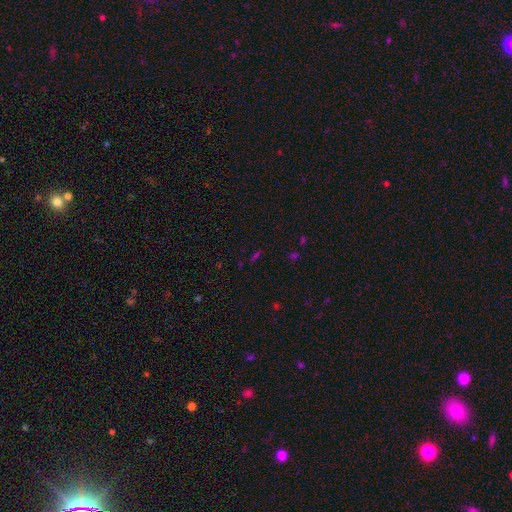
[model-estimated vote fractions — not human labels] Q: Smooth or featured?
A: star or artifact (50%); runner-up: smooth (37%)